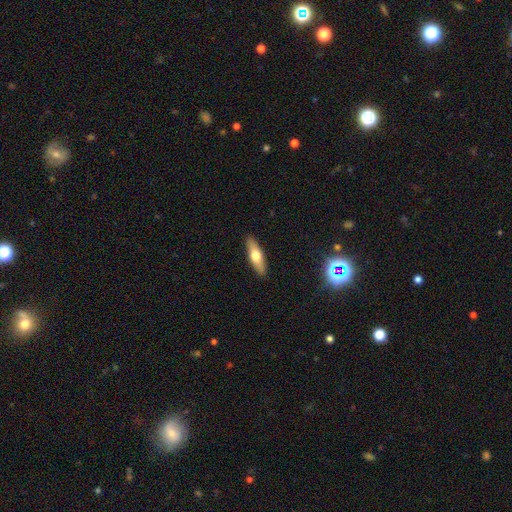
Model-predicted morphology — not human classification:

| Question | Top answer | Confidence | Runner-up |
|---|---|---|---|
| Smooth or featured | smooth | 59% | featured or disk (35%) |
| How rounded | cigar-shaped | 55% | in between (42%) |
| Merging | none | 90% | minor disturbance (7%) |